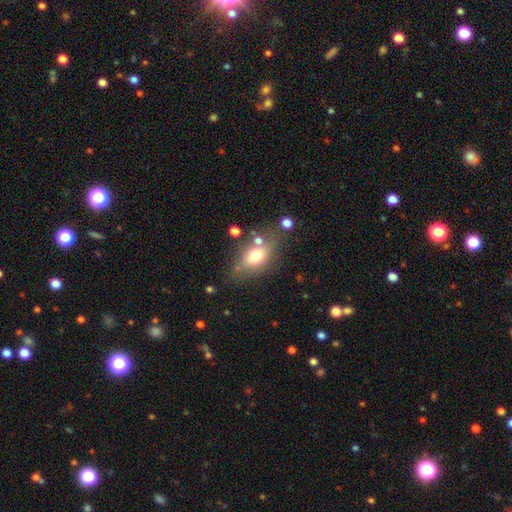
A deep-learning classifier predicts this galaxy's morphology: smooth-or-featured: smooth: 66% | featured or disk: 23% | star or artifact: 11%
  how-rounded: in between: 74% | round: 20% | cigar-shaped: 6%
  merging: none: 65% | minor disturbance: 17% | merger: 10% | major disturbance: 7%